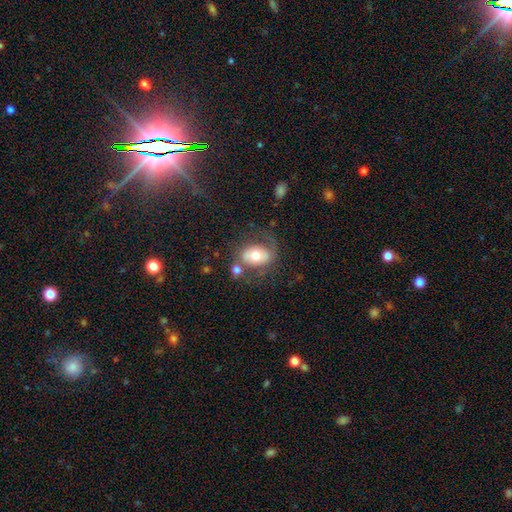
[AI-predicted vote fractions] A smooth galaxy with no disk features (57%) that is in between round and cigar-shaped (75%). Merging: none (52%).